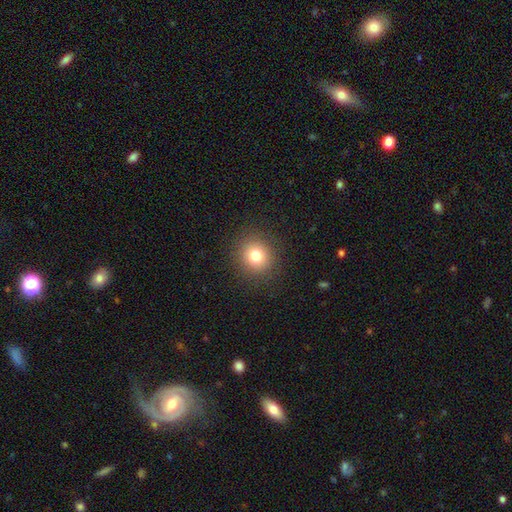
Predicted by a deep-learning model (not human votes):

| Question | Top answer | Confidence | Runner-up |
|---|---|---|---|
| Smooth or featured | smooth | 79% | star or artifact (12%) |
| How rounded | round | 89% | in between (11%) |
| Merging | none | 90% | minor disturbance (6%) |